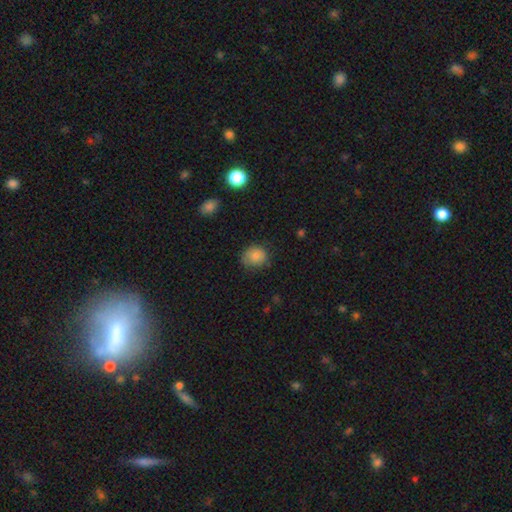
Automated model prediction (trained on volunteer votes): smooth_or_featured: smooth (p=0.83) [alt: star or artifact p=0.10]
how_rounded: round (p=0.65) [alt: in between p=0.34]
merging: none (p=0.68) [alt: minor disturbance p=0.24]